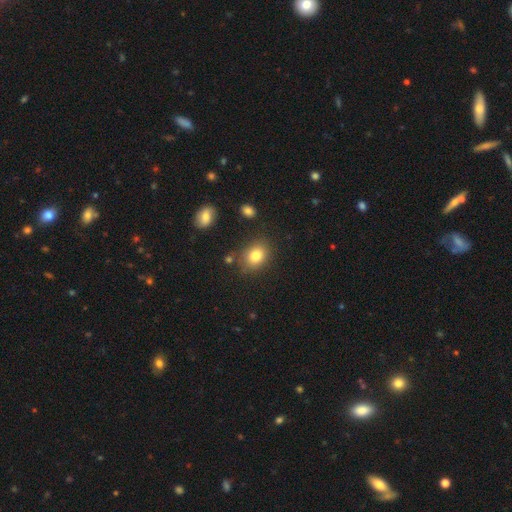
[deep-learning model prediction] Smooth or featured? smooth (80%)
How rounded? in between (59%)
Merging? none (80%)